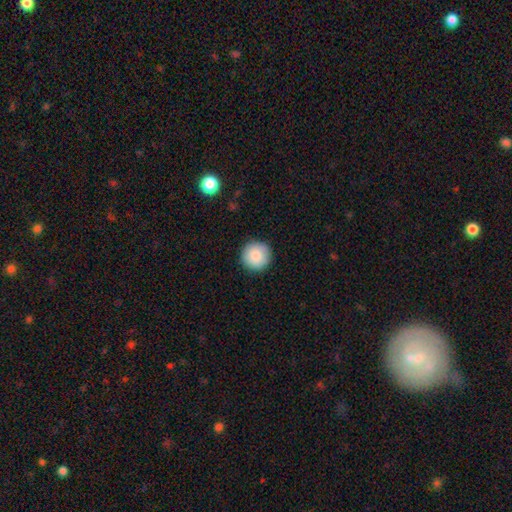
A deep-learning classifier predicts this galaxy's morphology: Smooth or featured? Predicted: smooth (p=0.86). How rounded? Predicted: round (p=0.96). Merging? Predicted: none (p=0.91).